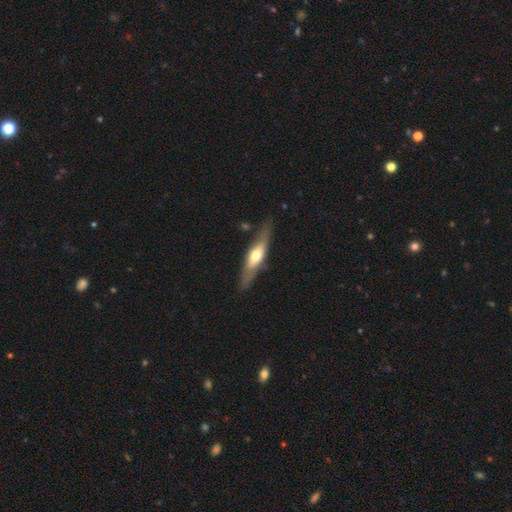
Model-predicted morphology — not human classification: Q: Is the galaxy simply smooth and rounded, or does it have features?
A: featured or disk — 58%.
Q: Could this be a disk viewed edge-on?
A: yes — 84%.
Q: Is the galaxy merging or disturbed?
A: none — 80%.